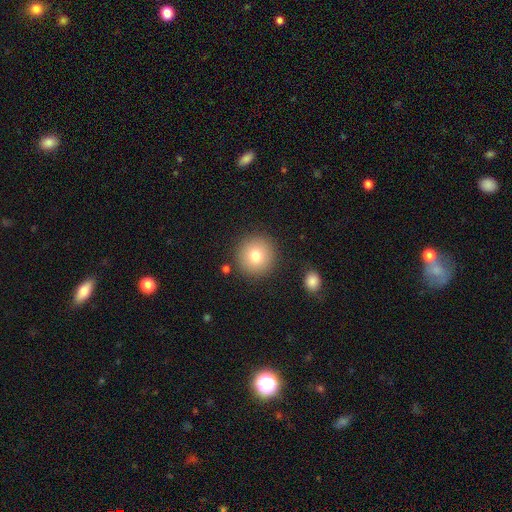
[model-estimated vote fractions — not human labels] The model was most divided on "smooth or featured": smooth: 78%, featured or disk: 12%, star or artifact: 10%. More confident: how rounded — round (94%); merging — none (87%).